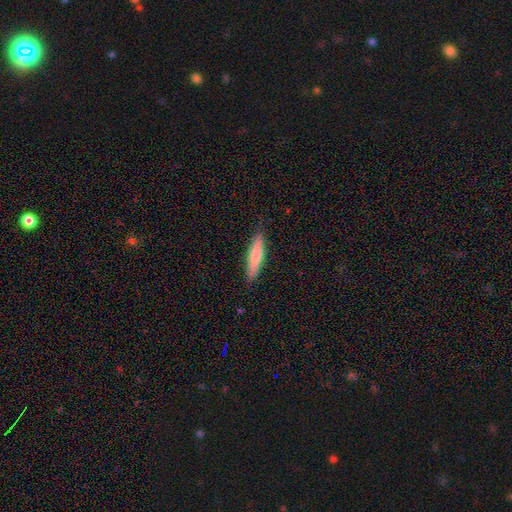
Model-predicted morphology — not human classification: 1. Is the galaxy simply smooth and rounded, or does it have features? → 73% smooth, 21% featured or disk, 5% star or artifact.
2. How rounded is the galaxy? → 78% cigar-shaped, 21% in between, 1% round.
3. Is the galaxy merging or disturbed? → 85% none, 12% minor disturbance, 2% major disturbance, 1% merger.